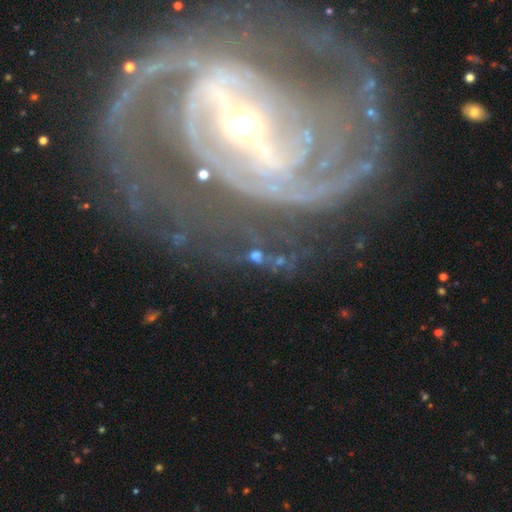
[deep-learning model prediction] This is marginally a featured or disk galaxy (43%). Merging: possibly none (57%).